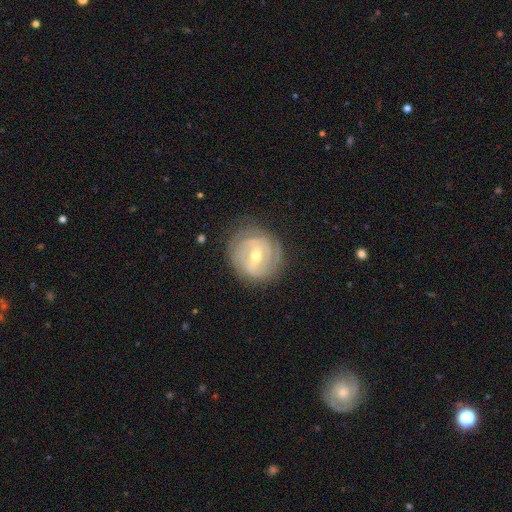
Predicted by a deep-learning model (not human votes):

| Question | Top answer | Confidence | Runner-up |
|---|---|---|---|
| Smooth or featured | featured or disk | 84% | smooth (11%) |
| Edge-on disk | no | 96% | yes (4%) |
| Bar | weak | 45% | strong (38%) |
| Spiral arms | yes | 89% | no (11%) |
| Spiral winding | tight | 75% | medium (20%) |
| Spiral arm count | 2 | 35% | can't tell (34%) |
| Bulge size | moderate | 59% | small (38%) |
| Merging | none | 79% | minor disturbance (14%) |